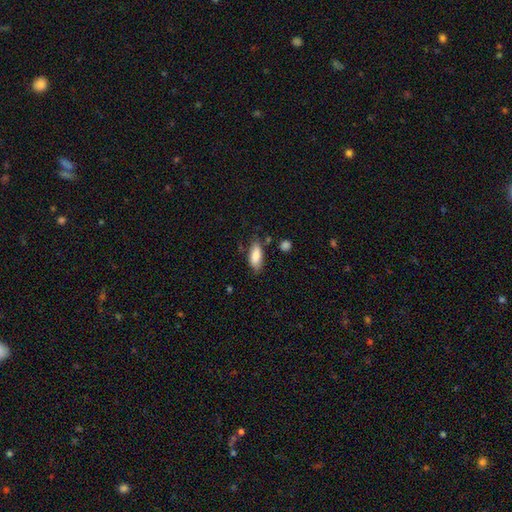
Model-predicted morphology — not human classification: smooth_or_featured: smooth (p=0.83) [alt: featured or disk p=0.10]
how_rounded: in between (p=0.79) [alt: cigar-shaped p=0.19]
merging: none (p=0.71) [alt: minor disturbance p=0.20]